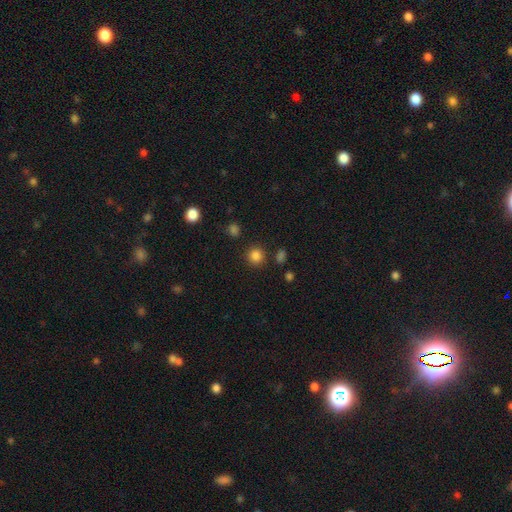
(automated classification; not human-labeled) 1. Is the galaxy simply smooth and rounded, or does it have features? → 83% smooth, 13% star or artifact, 4% featured or disk.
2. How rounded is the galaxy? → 92% round, 7% in between, 1% cigar-shaped.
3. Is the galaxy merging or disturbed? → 87% none, 7% minor disturbance, 4% merger, 3% major disturbance.